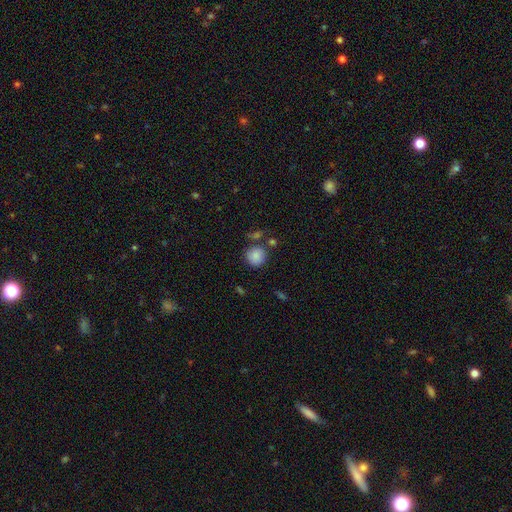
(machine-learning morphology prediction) Smooth or featured? Predicted: smooth (p=0.86). How rounded? Predicted: round (p=0.89). Merging? Predicted: none (p=0.71).